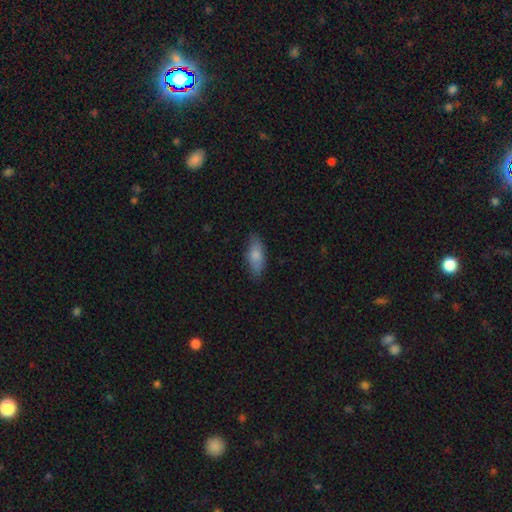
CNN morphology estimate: Smooth or featured? smooth (79%)
How rounded? in between (79%)
Merging? none (77%)